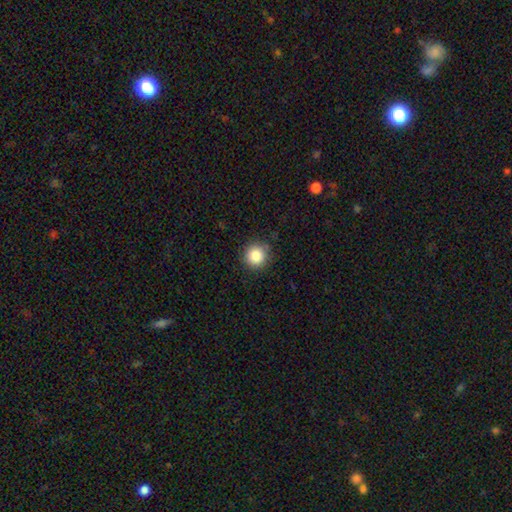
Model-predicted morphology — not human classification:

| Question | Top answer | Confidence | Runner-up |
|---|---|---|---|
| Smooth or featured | smooth | 84% | star or artifact (10%) |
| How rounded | round | 95% | in between (4%) |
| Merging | none | 89% | minor disturbance (8%) |